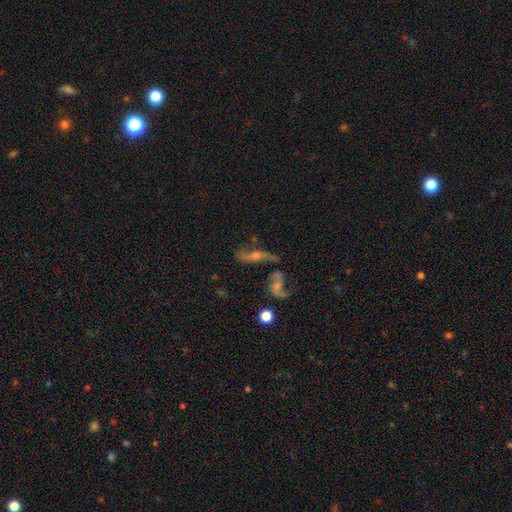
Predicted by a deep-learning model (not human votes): Smooth or featured? Predicted: featured or disk (p=0.67). Edge-on disk? Predicted: no (p=0.71). Merging? Predicted: none (p=0.40).